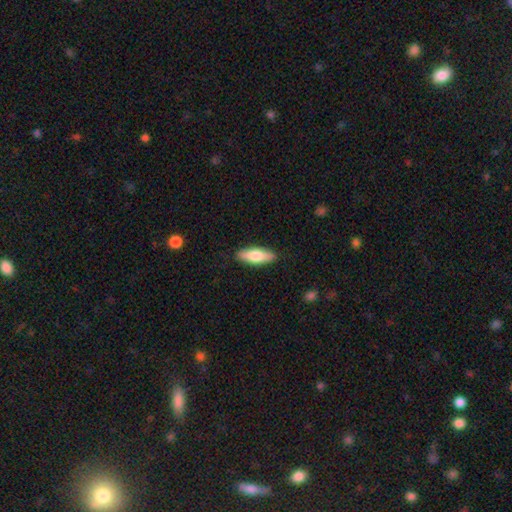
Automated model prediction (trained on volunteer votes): Smooth or featured?
  - smooth: 73% *
  - featured or disk: 21%
  - star or artifact: 5%
How rounded?
  - in between: 59% *
  - cigar-shaped: 39%
  - round: 2%
Merging?
  - none: 88% *
  - minor disturbance: 9%
  - major disturbance: 2%
  - merger: 1%